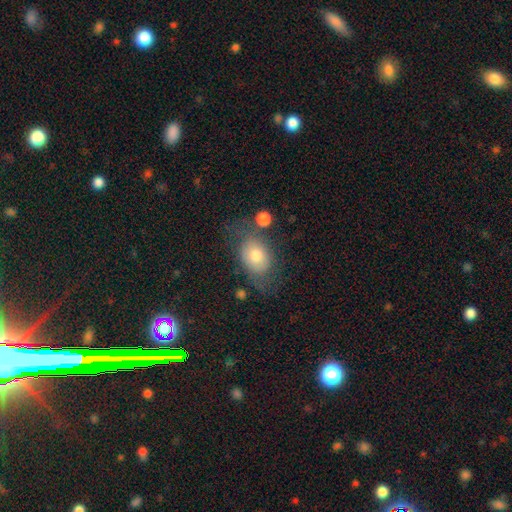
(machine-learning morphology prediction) Smooth or featured: smooth — 67% (featured or disk — 24%)
How rounded: in between — 67% (round — 32%)
Merging: none — 52% (minor disturbance — 24%)